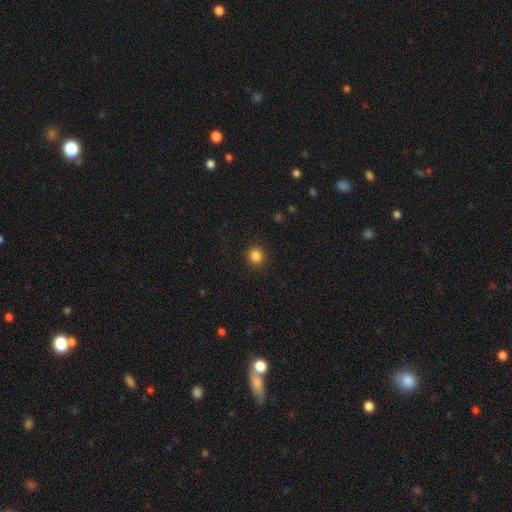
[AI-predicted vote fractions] Overall: smooth (85%). How rounded: round (88%). Merging: none (92%).